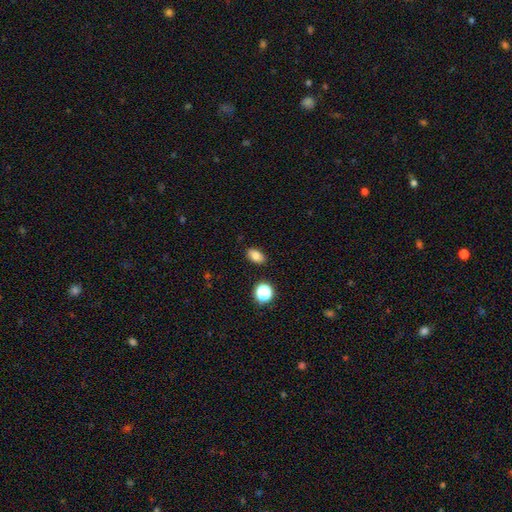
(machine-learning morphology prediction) smooth 81%, star or artifact 12%, featured or disk 8%. Down the decision tree: how rounded — in between (85%); merging — none (87%).